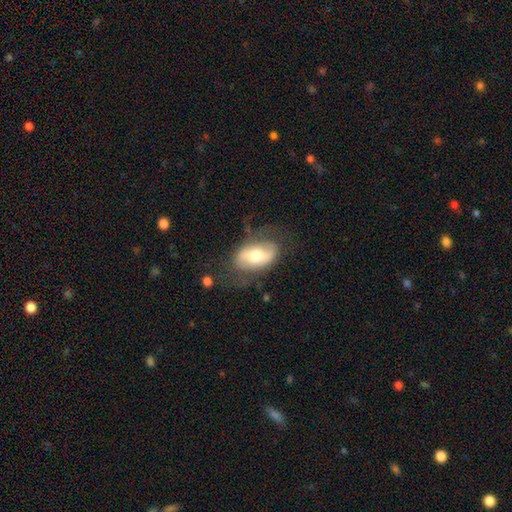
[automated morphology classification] This is possibly a featured or disk galaxy (48%). Merging: possibly none (60%).